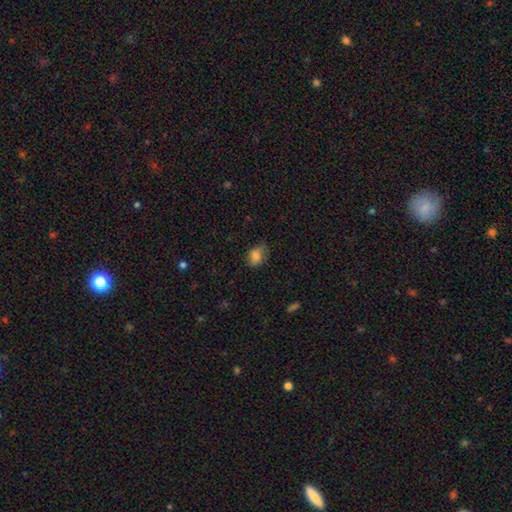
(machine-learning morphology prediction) This is likely a smooth galaxy (78%). How rounded: likely in between (72%). Merging: likely none (66%).